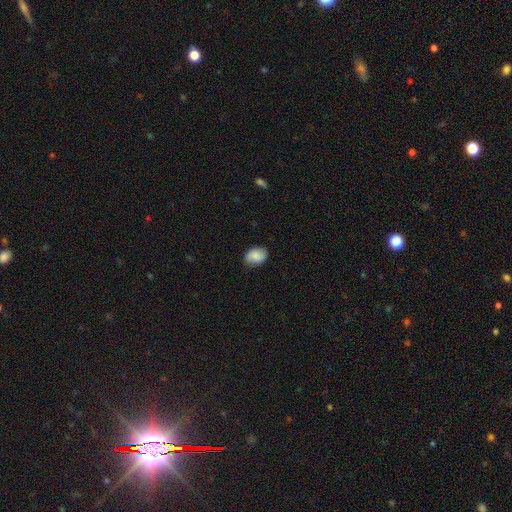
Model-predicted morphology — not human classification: Smooth or featured: smooth — 82% (featured or disk — 11%)
How rounded: in between — 73% (round — 26%)
Merging: none — 79% (minor disturbance — 16%)